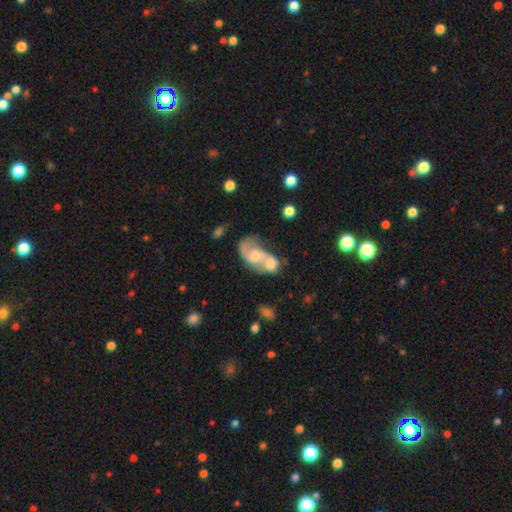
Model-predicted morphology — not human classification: type=featured or disk (73%); edge-on=no (97%); bar=no (58%); spiral arms=yes (87%); winding=loose (47%); arm count=2 (77%); bulge=moderate (46%); merging=merger (60%).